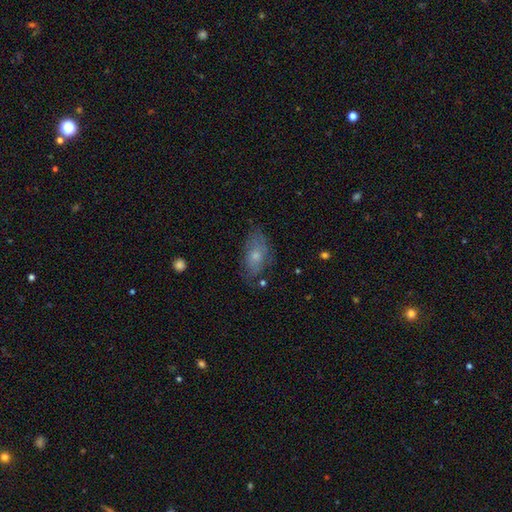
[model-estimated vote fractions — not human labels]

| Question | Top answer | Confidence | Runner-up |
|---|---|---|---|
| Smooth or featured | smooth | 58% | featured or disk (33%) |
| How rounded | in between | 89% | round (6%) |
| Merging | none | 66% | minor disturbance (23%) |